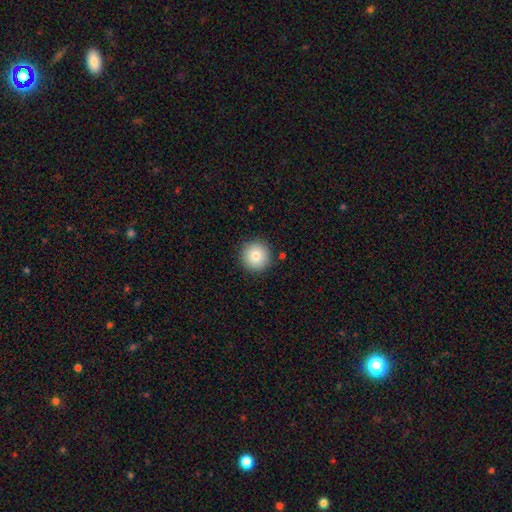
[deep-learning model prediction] Overall: smooth (82%). How rounded: round (96%). Merging: none (91%).